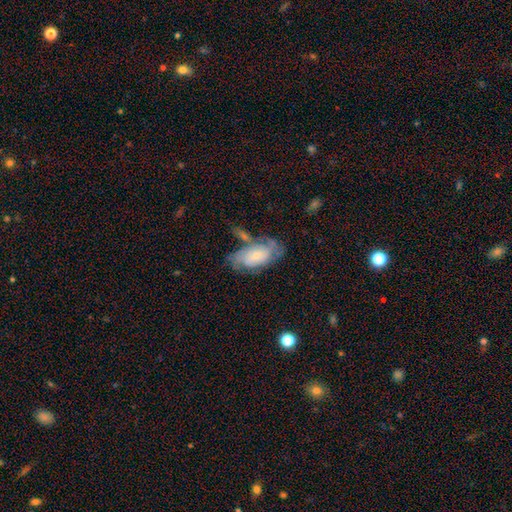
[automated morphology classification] Smooth or featured: featured or disk — 59% (smooth — 34%)
Edge-on disk: no — 94% (yes — 6%)
Bar: no — 74% (weak — 21%)
Spiral arms: yes — 82% (no — 18%)
Bulge size: small — 68% (moderate — 21%)
Merging: none — 47% (minor disturbance — 23%)